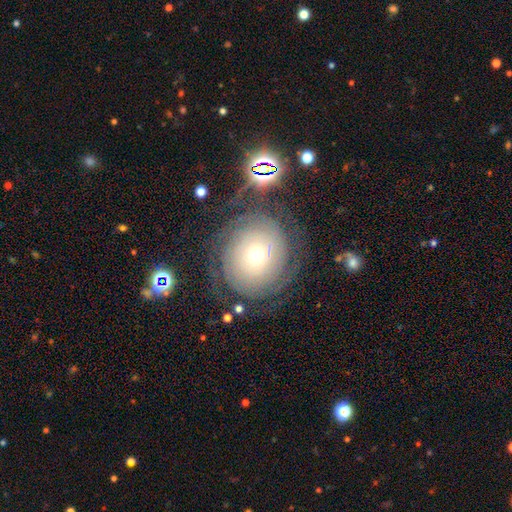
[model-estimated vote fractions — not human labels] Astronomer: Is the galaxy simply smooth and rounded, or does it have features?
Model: featured or disk — 69%.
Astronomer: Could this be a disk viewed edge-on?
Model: no — 97%.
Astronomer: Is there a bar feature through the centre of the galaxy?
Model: no — 82%.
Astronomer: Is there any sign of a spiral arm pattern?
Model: yes — 87%.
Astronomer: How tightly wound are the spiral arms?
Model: tight — 81%.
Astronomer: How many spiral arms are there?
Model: can't tell — 43% (runner-up: 2, 27%).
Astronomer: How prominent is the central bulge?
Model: small — 53% (runner-up: moderate, 41%).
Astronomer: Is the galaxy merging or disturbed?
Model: none — 74%.